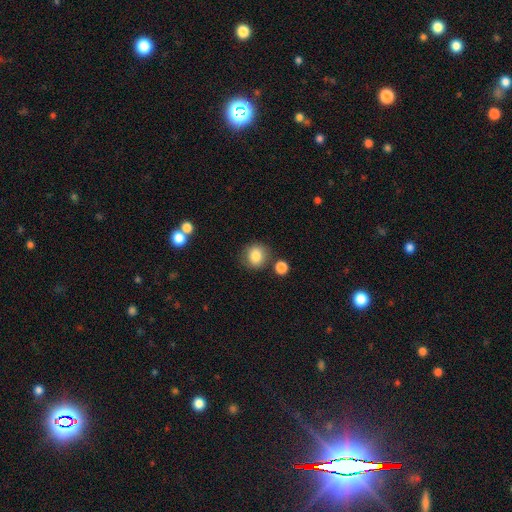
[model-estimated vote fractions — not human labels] This is clearly a smooth galaxy (83%). How rounded: clearly round (82%). Merging: likely none (77%).